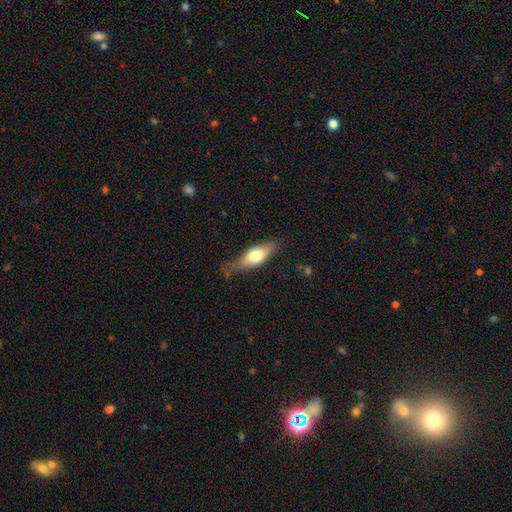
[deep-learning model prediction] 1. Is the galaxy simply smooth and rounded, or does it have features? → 66% smooth, 28% featured or disk, 6% star or artifact.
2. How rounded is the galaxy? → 69% in between, 28% cigar-shaped, 3% round.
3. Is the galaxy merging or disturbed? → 64% none, 26% minor disturbance, 7% major disturbance, 2% merger.